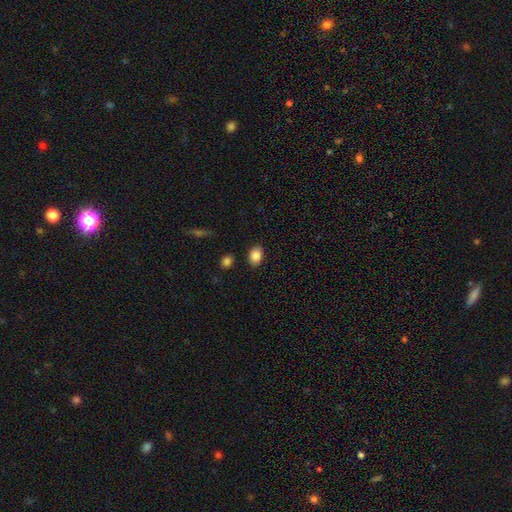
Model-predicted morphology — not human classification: Smooth or featured?
  - smooth: 86% *
  - star or artifact: 8%
  - featured or disk: 6%
How rounded?
  - in between: 80% *
  - round: 19%
  - cigar-shaped: 1%
Merging?
  - none: 86% *
  - minor disturbance: 9%
  - merger: 2%
  - major disturbance: 2%